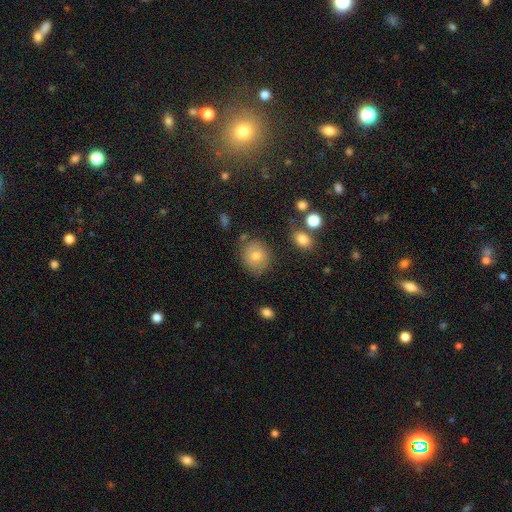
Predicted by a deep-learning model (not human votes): This is likely a smooth galaxy (63%). How rounded: likely round (72%). Merging: likely none (74%).